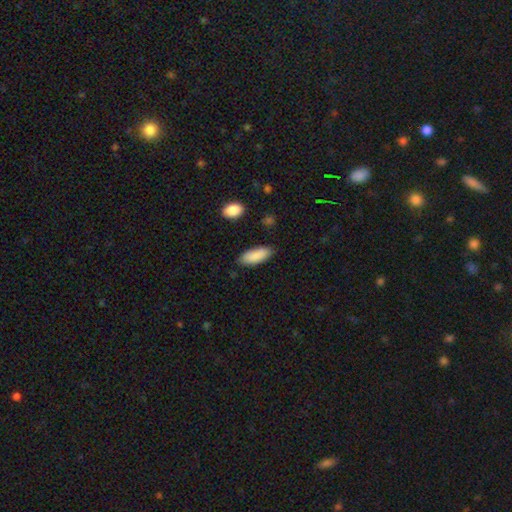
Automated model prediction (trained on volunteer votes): Smooth or featured? smooth (89%)
How rounded? in between (77%)
Merging? none (82%)